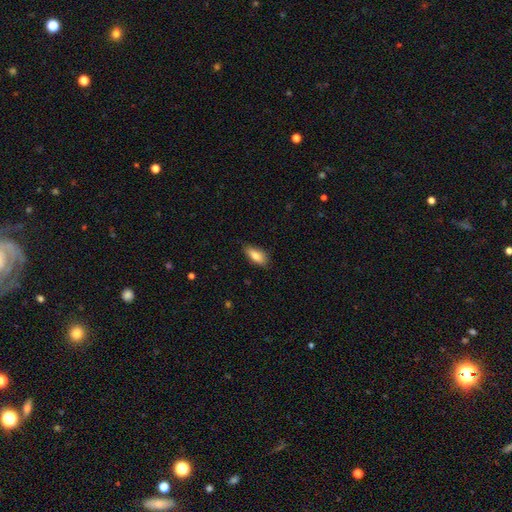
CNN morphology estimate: Q: Smooth or featured?
A: smooth (79%); runner-up: featured or disk (14%)
Q: How rounded?
A: in between (82%); runner-up: cigar-shaped (15%)
Q: Merging?
A: none (82%); runner-up: minor disturbance (15%)